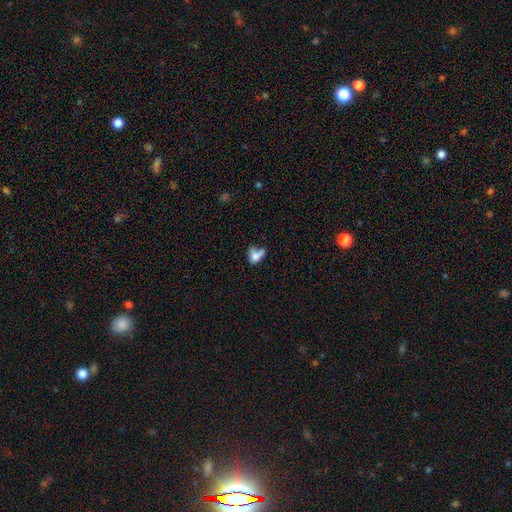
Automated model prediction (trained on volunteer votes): A smooth galaxy with no disk features (67%) that is in between round and cigar-shaped (70%). Merging: merger (32%).